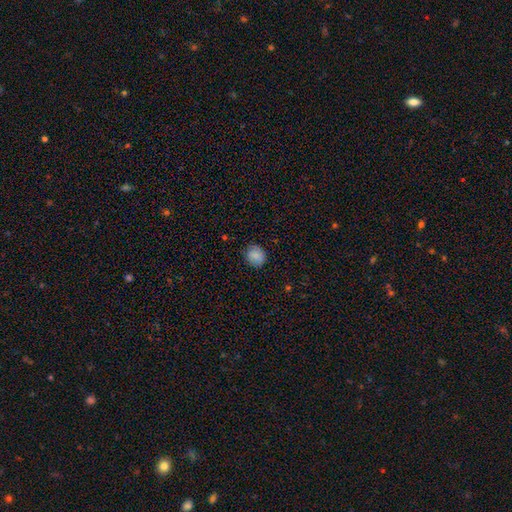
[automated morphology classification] smooth_or_featured: smooth (p=0.84) [alt: star or artifact p=0.08]
how_rounded: round (p=0.75) [alt: in between p=0.24]
merging: none (p=0.82) [alt: minor disturbance p=0.14]